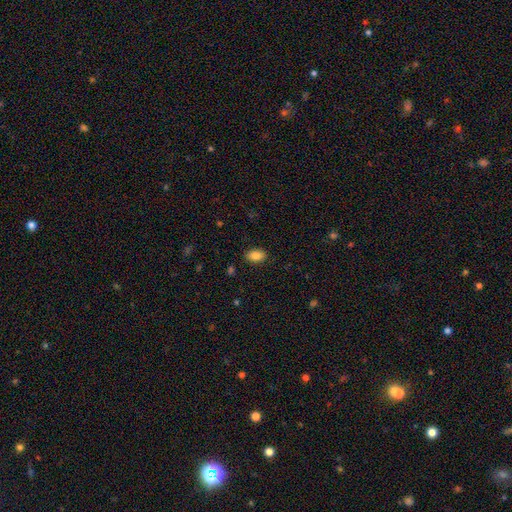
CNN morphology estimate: Smooth or featured: smooth — 86% (star or artifact — 8%)
How rounded: in between — 90% (round — 8%)
Merging: none — 87% (minor disturbance — 9%)